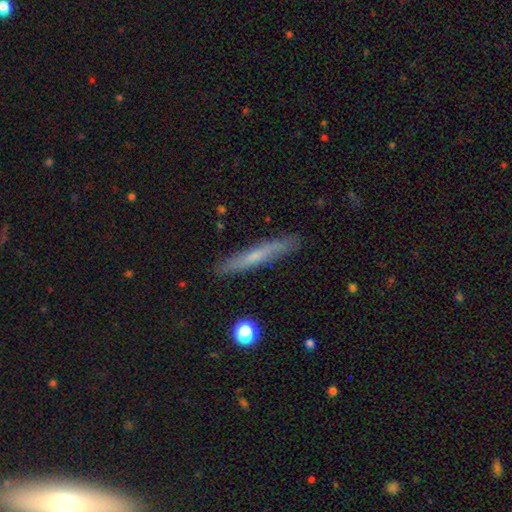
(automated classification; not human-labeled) Q: Smooth or featured?
A: smooth (53%); runner-up: featured or disk (40%)
Q: How rounded?
A: cigar-shaped (94%); runner-up: in between (4%)
Q: Merging?
A: none (86%); runner-up: minor disturbance (11%)